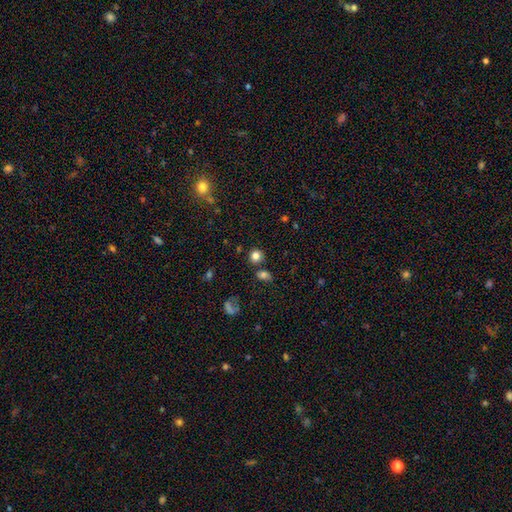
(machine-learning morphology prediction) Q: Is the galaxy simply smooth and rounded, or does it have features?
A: smooth — 81%.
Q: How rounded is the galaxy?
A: round — 87%.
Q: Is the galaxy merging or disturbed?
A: none — 77%.